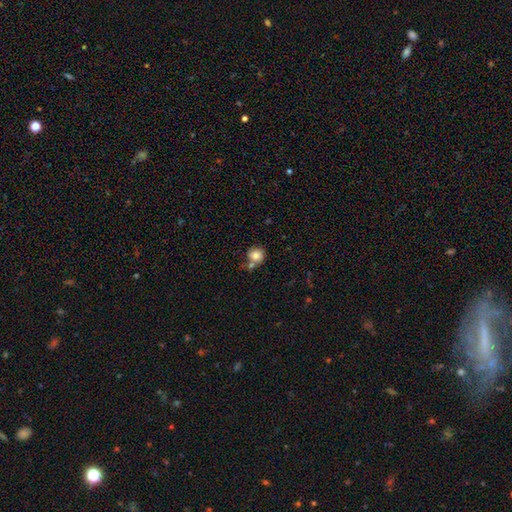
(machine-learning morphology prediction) Q: Smooth or featured?
A: smooth (82%); runner-up: star or artifact (9%)
Q: How rounded?
A: round (81%); runner-up: in between (18%)
Q: Merging?
A: none (51%); runner-up: merger (26%)